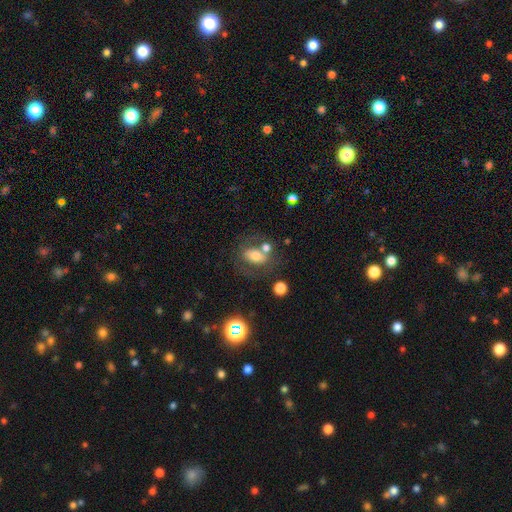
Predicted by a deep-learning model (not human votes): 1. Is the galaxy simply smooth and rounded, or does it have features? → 61% smooth, 27% featured or disk, 11% star or artifact.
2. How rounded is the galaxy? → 73% in between, 25% round, 2% cigar-shaped.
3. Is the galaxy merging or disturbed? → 46% none, 27% merger, 15% minor disturbance, 11% major disturbance.